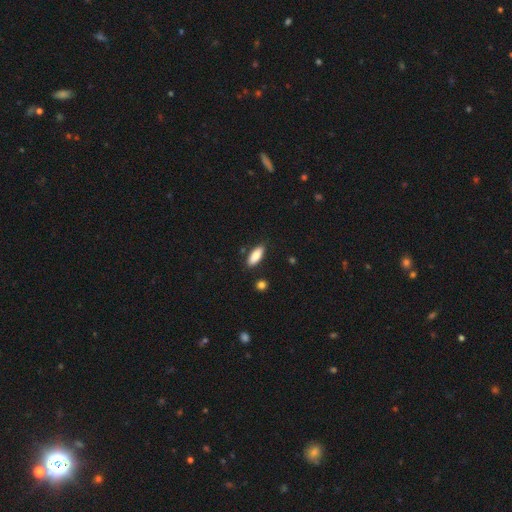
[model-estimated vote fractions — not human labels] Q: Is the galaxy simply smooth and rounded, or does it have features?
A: smooth — 85%.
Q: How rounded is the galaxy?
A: in between — 74%.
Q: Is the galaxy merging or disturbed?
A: none — 85%.